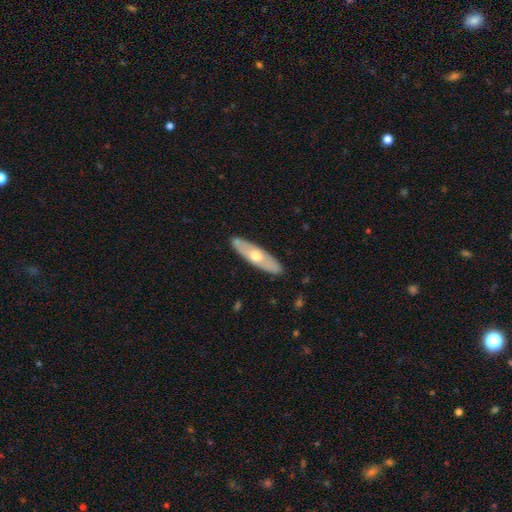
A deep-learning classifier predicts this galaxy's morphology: Smooth or featured? Predicted: featured or disk (p=0.54). Edge-on disk? Predicted: yes (p=0.52). Merging? Predicted: none (p=0.88).